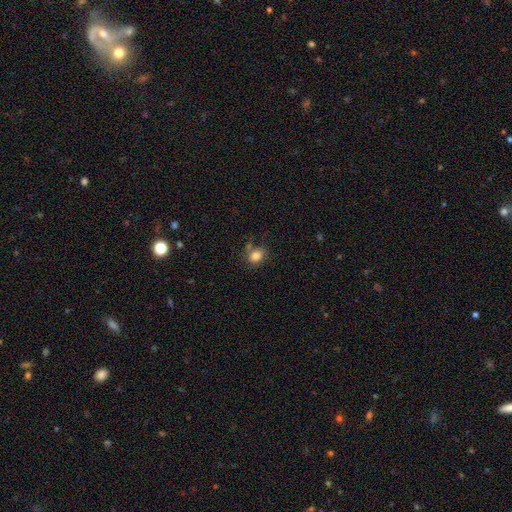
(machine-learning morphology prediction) The model was most divided on "how rounded": in between: 59%, round: 40%, cigar-shaped: 1%. More confident: smooth or featured — smooth (83%); merging — none (64%).